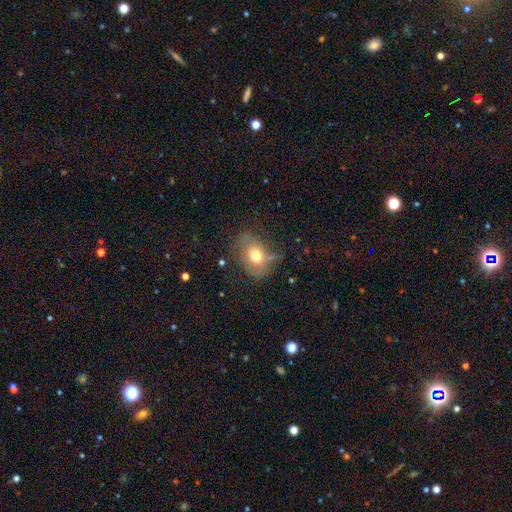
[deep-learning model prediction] Morphology: type=smooth (62%); roundness=in between (59%); merging=none (53%).